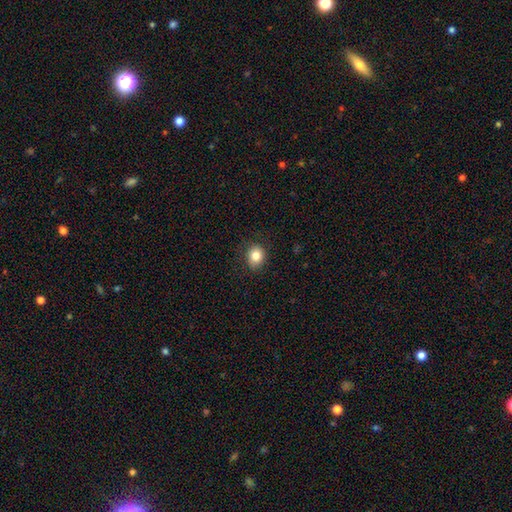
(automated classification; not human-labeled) A smooth galaxy with no disk features (83%) that is round (68%).

Vote fractions:
- Smooth or featured? smooth: 83% / star or artifact: 10% / featured or disk: 7%
- How rounded? round: 68% / in between: 31% / cigar-shaped: 1%
- Merging? none: 87% / minor disturbance: 9% / major disturbance: 3% / merger: 1%